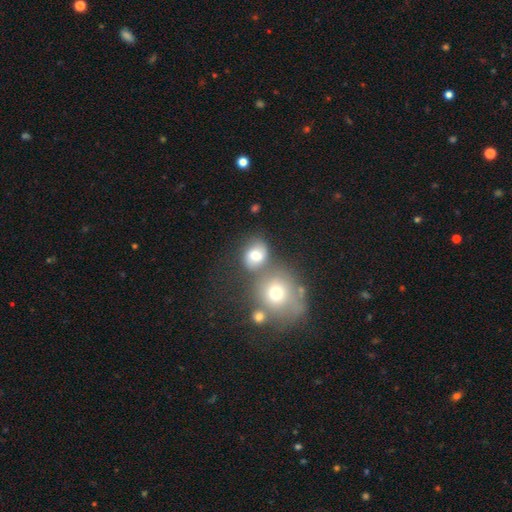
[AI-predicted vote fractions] smooth_or_featured: smooth (p=0.68) [alt: featured or disk p=0.19]
how_rounded: round (p=0.58) [alt: in between p=0.40]
merging: none (p=0.46) [alt: merger p=0.30]